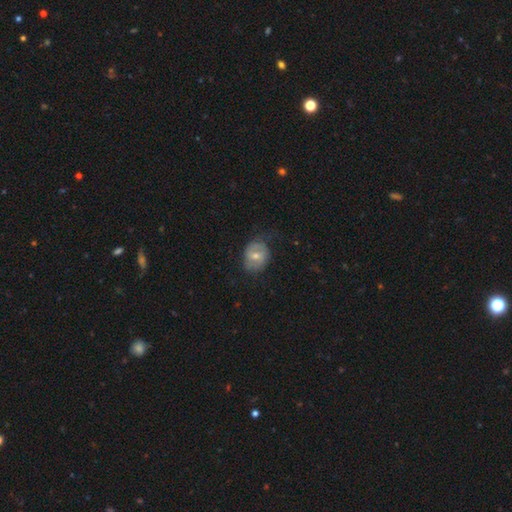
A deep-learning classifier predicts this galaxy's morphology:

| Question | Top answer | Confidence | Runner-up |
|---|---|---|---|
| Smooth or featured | featured or disk | 47% | smooth (46%) |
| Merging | none | 61% | minor disturbance (26%) |